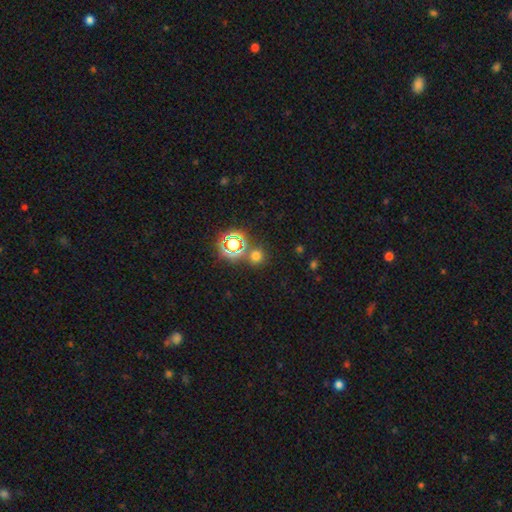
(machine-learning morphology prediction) Smooth or featured? smooth (64%)
How rounded? round (90%)
Merging? none (78%)